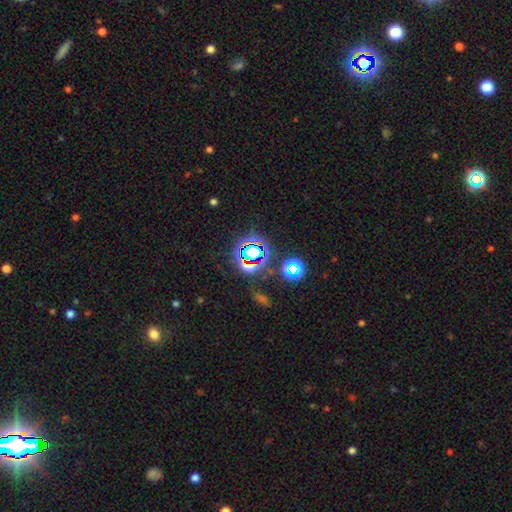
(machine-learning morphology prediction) This appears to be a star or artifact, not a galaxy (74%).